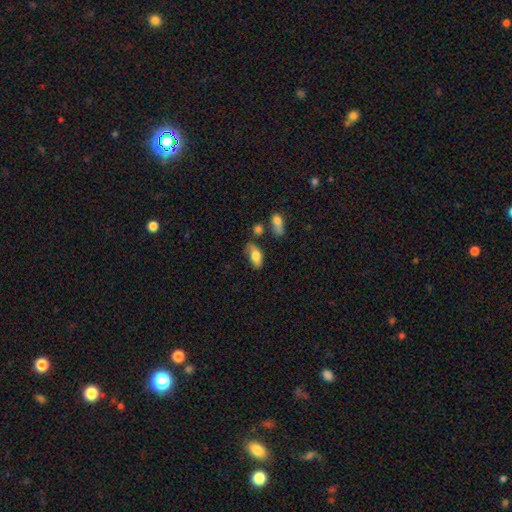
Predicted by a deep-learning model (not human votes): Smooth or featured?
  - smooth: 67% *
  - featured or disk: 26%
  - star or artifact: 7%
How rounded?
  - in between: 89% *
  - cigar-shaped: 7%
  - round: 5%
Merging?
  - none: 50% *
  - minor disturbance: 28%
  - major disturbance: 13%
  - merger: 8%